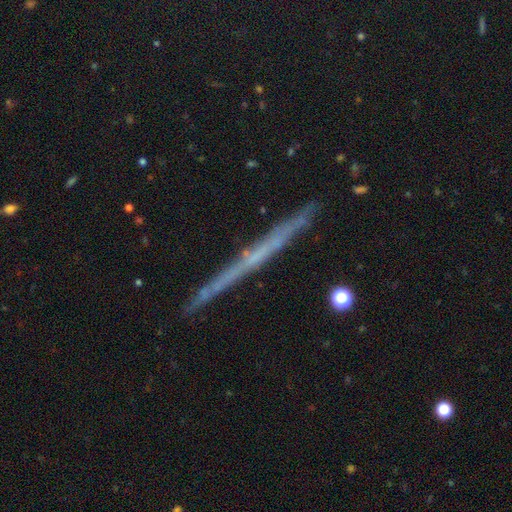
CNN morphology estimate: A featured or disk galaxy (64%) viewed edge-on (97%) with no central bulge (74%). Merging: none (91%).